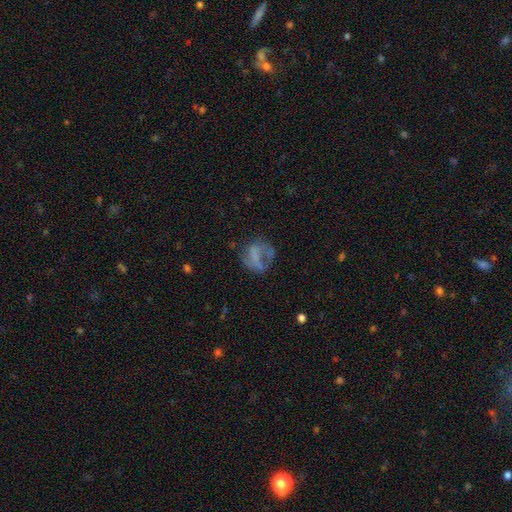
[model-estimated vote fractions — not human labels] Smooth or featured? smooth (47%)
Merging? none (40%)